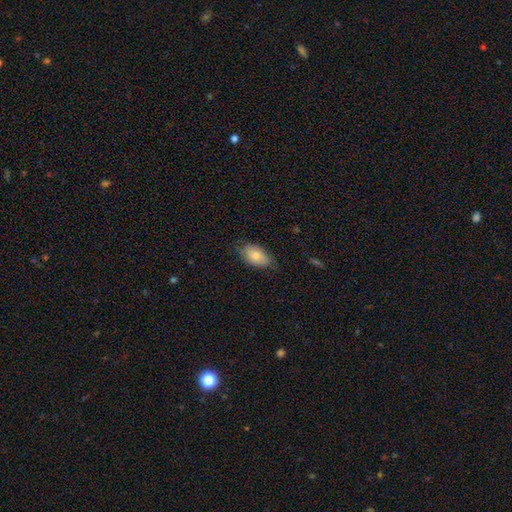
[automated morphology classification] Smooth or featured? smooth (80%)
How rounded? in between (92%)
Merging? none (68%)